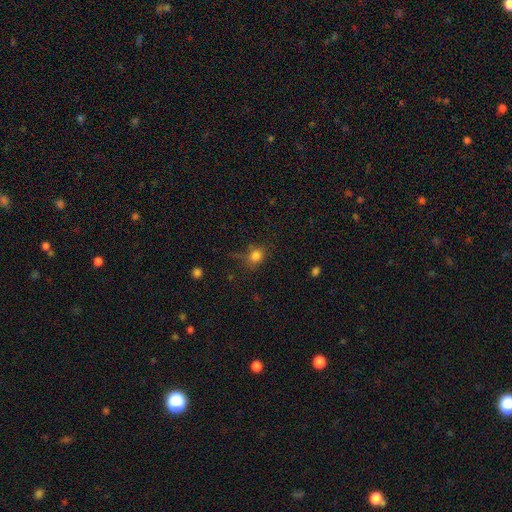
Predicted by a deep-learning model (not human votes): smooth-or-featured: smooth: 80% | star or artifact: 14% | featured or disk: 6%
  how-rounded: round: 75% | in between: 24% | cigar-shaped: 1%
  merging: none: 68% | minor disturbance: 20% | major disturbance: 8% | merger: 4%